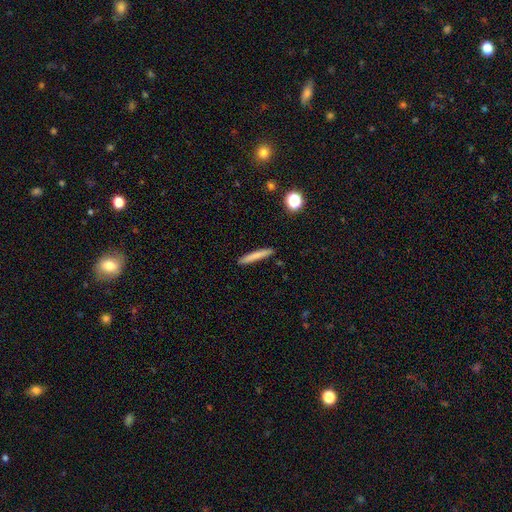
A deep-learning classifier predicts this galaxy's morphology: smooth 77%, featured or disk 16%, star or artifact 7%. Down the decision tree: how rounded — cigar-shaped (95%); merging — none (90%).